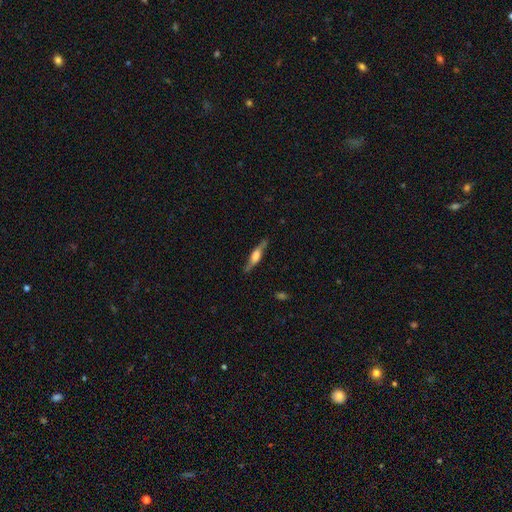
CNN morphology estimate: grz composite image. It shows a featured or disk galaxy (64%) viewed edge-on (88%) with a rounded central bulge (67%). Merging: none (81%).